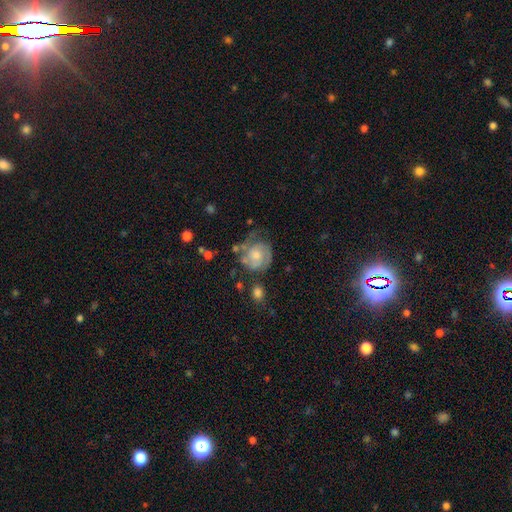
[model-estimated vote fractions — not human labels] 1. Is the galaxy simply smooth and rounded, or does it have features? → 60% featured or disk, 33% smooth, 7% star or artifact.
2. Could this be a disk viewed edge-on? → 97% no, 3% yes.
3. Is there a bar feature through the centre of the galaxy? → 78% no, 19% weak, 3% strong.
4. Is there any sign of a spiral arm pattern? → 79% yes, 21% no.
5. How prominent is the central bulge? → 45% moderate, 42% small, 6% none, 5% large, 1% dominant.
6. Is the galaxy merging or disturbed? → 48% none, 26% minor disturbance, 20% major disturbance, 6% merger.